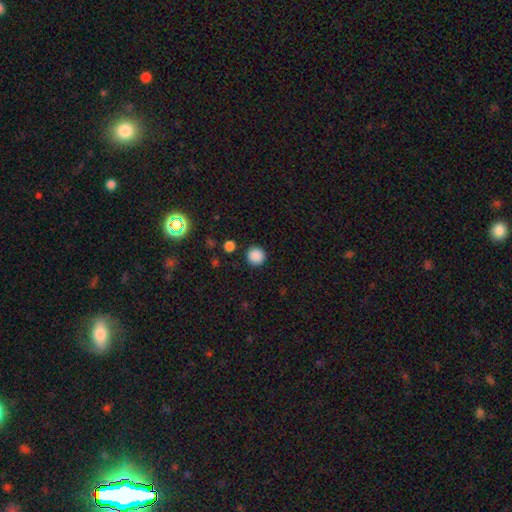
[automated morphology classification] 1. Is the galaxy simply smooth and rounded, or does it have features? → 87% smooth, 11% star or artifact, 3% featured or disk.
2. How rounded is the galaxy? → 95% round, 4% in between, 1% cigar-shaped.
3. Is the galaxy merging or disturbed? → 90% none, 6% minor disturbance, 2% major disturbance, 2% merger.